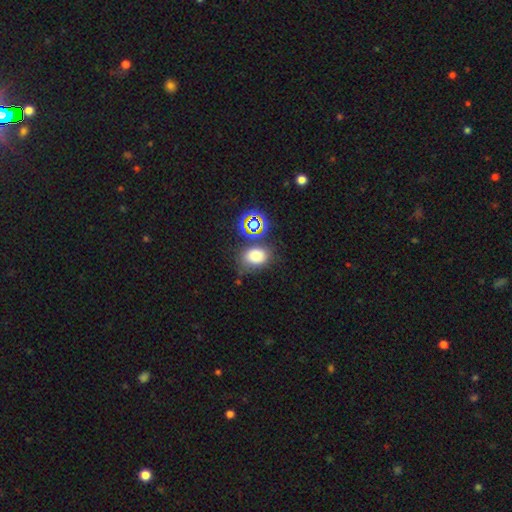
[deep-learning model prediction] Q: Smooth or featured?
A: smooth (70%); runner-up: star or artifact (20%)
Q: How rounded?
A: in between (61%); runner-up: round (38%)
Q: Merging?
A: none (63%); runner-up: minor disturbance (19%)